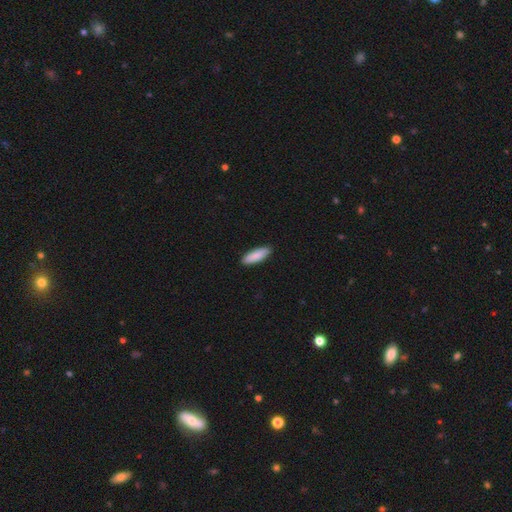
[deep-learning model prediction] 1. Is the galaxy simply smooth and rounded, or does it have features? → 88% smooth, 7% featured or disk, 5% star or artifact.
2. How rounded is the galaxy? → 50% in between, 48% cigar-shaped, 2% round.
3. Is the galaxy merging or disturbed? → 90% none, 8% minor disturbance, 1% major disturbance, 1% merger.